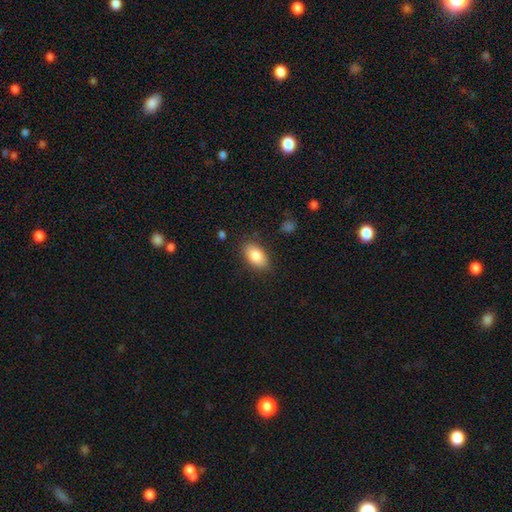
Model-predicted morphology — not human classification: This is clearly a smooth galaxy (84%). How rounded: clearly in between (92%). Merging: clearly none (84%).